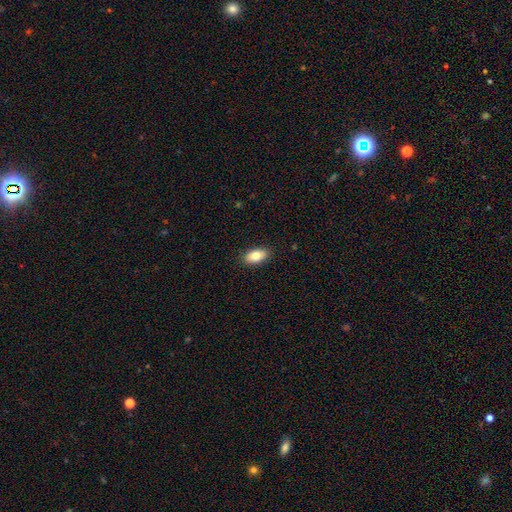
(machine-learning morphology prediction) smooth 81%, featured or disk 12%, star or artifact 7%. Down the decision tree: how rounded — in between (92%); merging — none (89%).